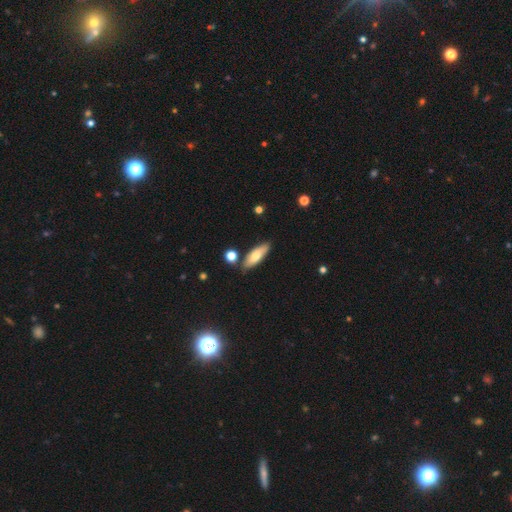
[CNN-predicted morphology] Smooth or featured? Predicted: smooth (p=0.69). How rounded? Predicted: in between (p=0.58). Merging? Predicted: none (p=0.80).